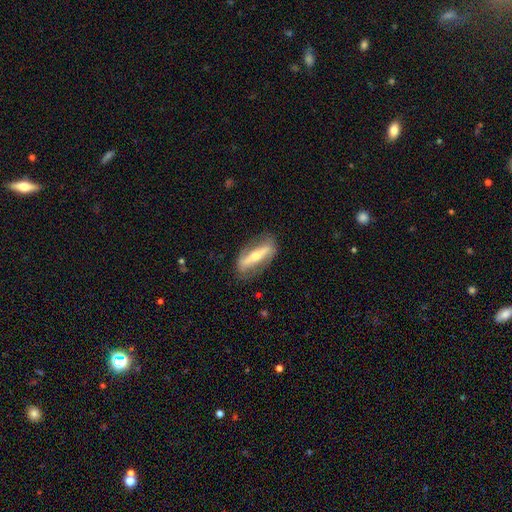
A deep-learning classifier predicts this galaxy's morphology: type=featured or disk (69%); edge-on=no (52%); merging=none (78%).